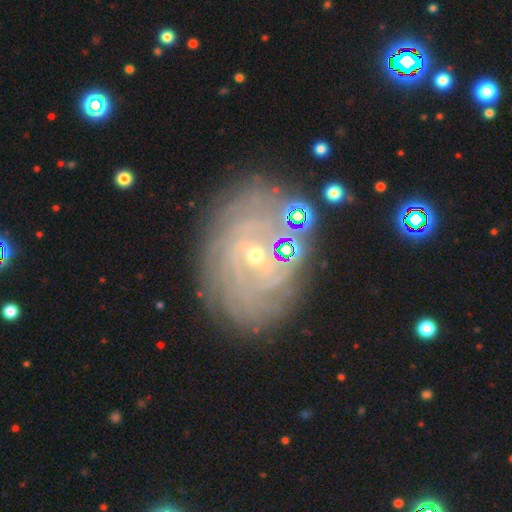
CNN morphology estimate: This appears to be a featured or disk galaxy (83%) with no bar (56%), tight (78%) spiral arms (92%) and a small central bulge (71%). Merging: none (75%).